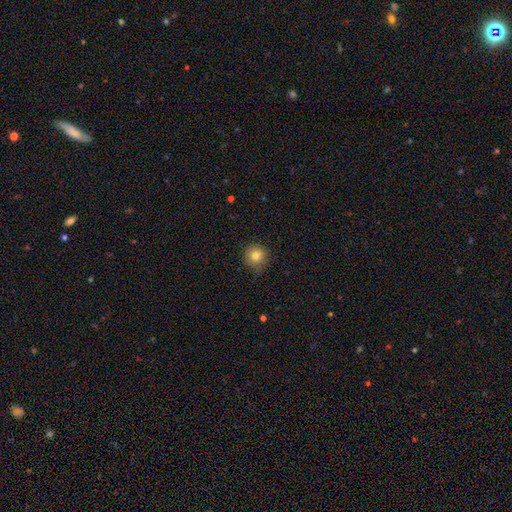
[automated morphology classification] This appears to be a smooth galaxy with no disk features (79%) that is round (93%). Merging: none (76%).